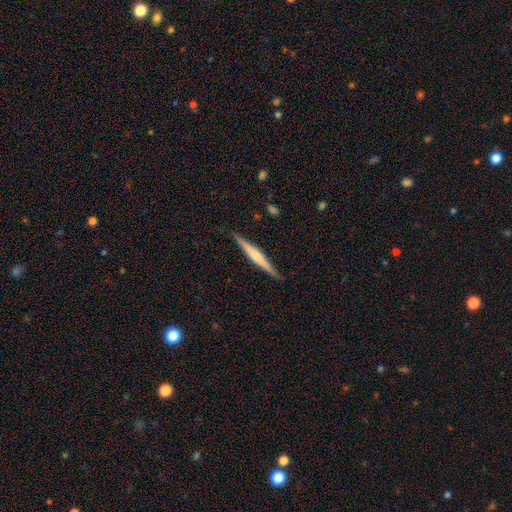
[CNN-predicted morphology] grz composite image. It shows a featured or disk galaxy (66%) viewed edge-on (98%) with a rounded central bulge (66%). Merging: none (89%).